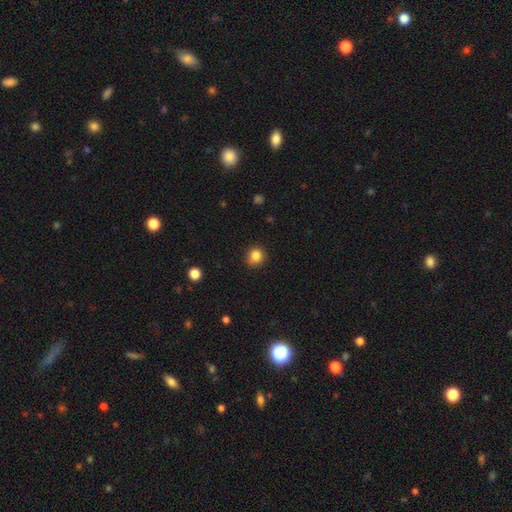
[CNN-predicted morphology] A smooth galaxy with no disk features (84%) that is round (85%).

Vote fractions:
- Smooth or featured? smooth: 84% / star or artifact: 11% / featured or disk: 5%
- How rounded? round: 85% / in between: 14% / cigar-shaped: 1%
- Merging? none: 82% / minor disturbance: 14% / major disturbance: 3% / merger: 1%